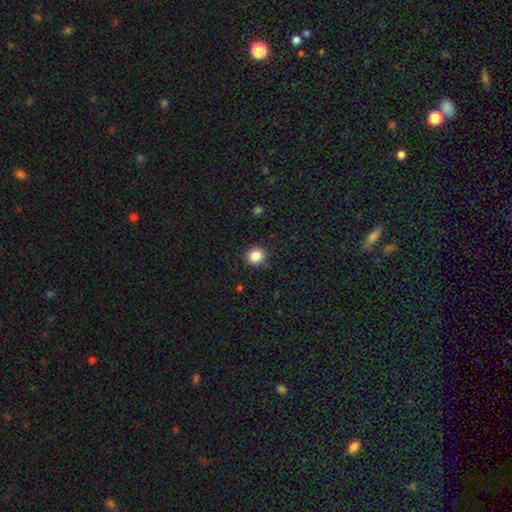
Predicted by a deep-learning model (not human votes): This is clearly a smooth galaxy (85%). How rounded: clearly round (88%). Merging: clearly none (90%).